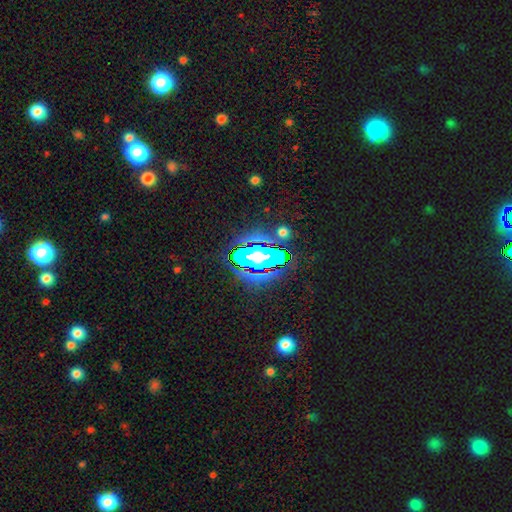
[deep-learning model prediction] This appears to be a star or artifact, not a galaxy (51%).